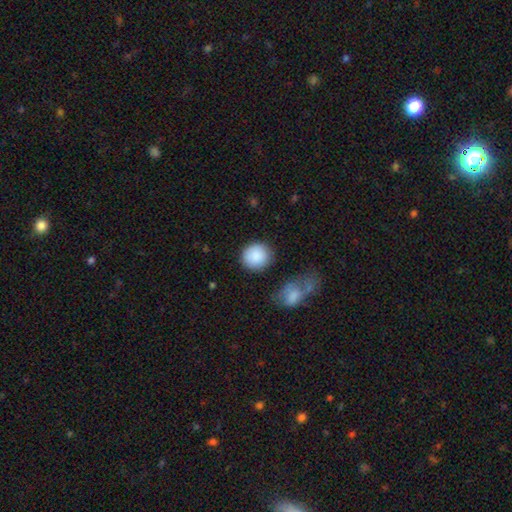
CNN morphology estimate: The model was most divided on "merging": none: 81%, minor disturbance: 11%, merger: 4%, major disturbance: 3%. More confident: smooth or featured — smooth (89%); how rounded — round (88%).